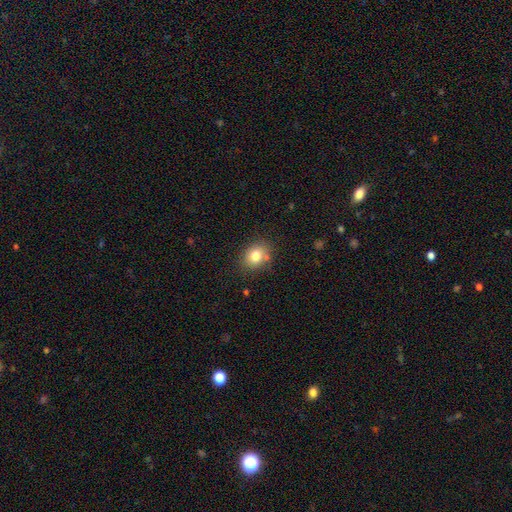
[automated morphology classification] Smooth or featured? smooth (79%)
How rounded? in between (50%)
Merging? none (77%)